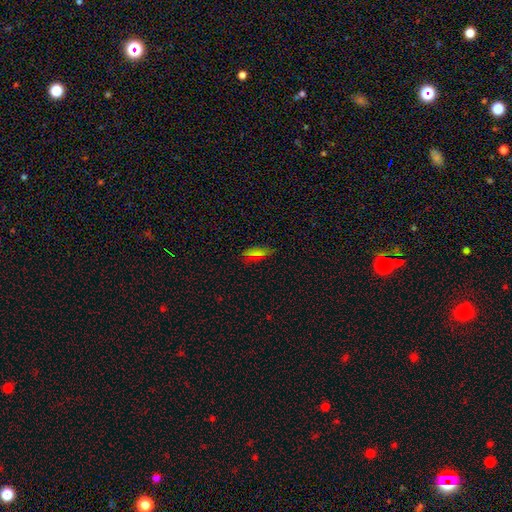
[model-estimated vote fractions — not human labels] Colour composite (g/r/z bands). It shows a smooth galaxy with no disk features (65%) that is in between round and cigar-shaped (55%). Merging: none (82%).